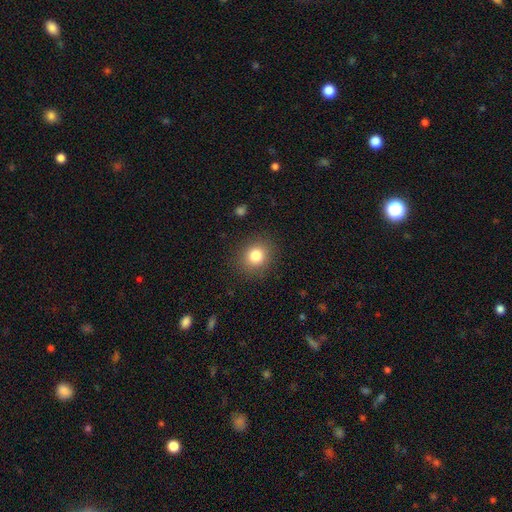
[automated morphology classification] smooth-or-featured: smooth: 82% | star or artifact: 11% | featured or disk: 7%
  how-rounded: round: 80% | in between: 19% | cigar-shaped: 1%
  merging: none: 88% | minor disturbance: 8% | major disturbance: 3% | merger: 1%